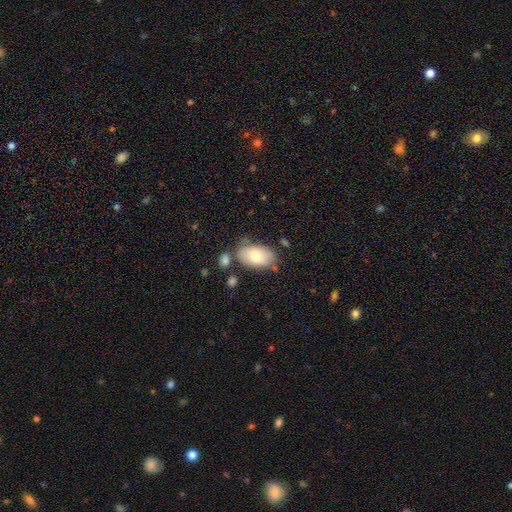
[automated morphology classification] Overall: smooth (74%). How rounded: in between (93%). Merging: none (67%).